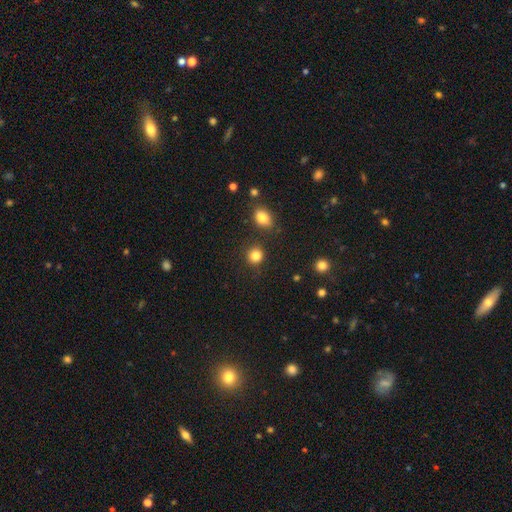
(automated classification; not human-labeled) This appears to be a smooth galaxy with no disk features (85%) that is round (86%). Merging: none (84%).